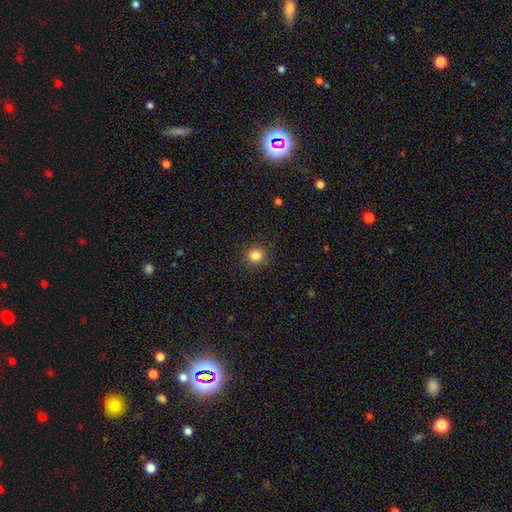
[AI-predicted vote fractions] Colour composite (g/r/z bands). It shows a smooth galaxy with no disk features (83%) that is round (92%). Merging: none (91%).